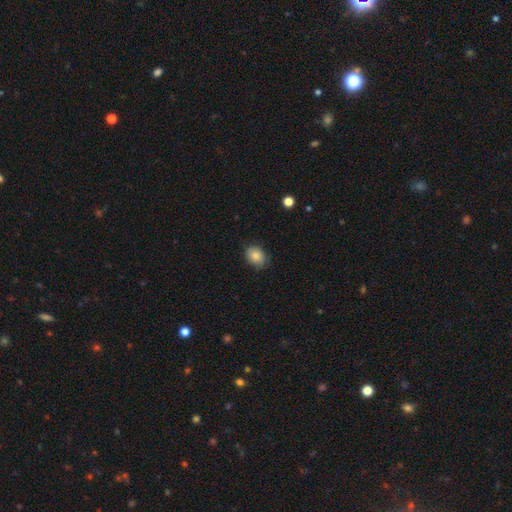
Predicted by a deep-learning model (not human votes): The model was most divided on "how rounded": in between: 51%, round: 48%, cigar-shaped: 1%. More confident: smooth or featured — smooth (83%); merging — none (75%).